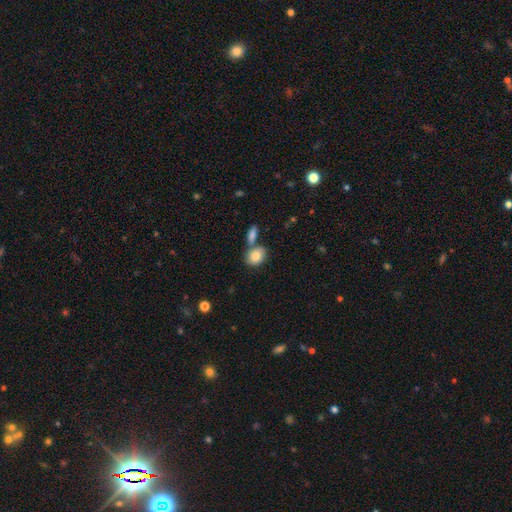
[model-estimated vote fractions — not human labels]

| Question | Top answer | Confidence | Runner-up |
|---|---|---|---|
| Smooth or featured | smooth | 84% | featured or disk (8%) |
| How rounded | in between | 59% | round (40%) |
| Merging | none | 51% | merger (33%) |